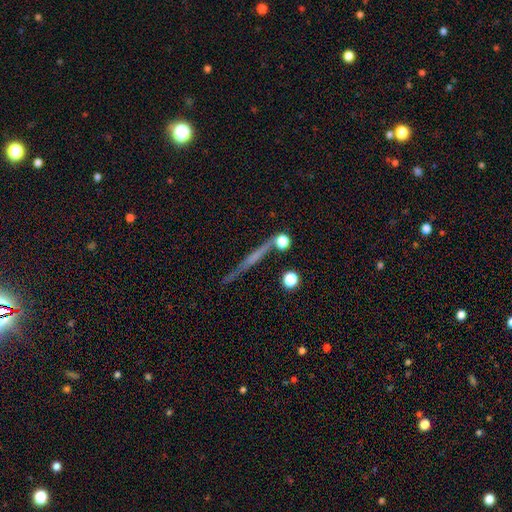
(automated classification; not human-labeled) Smooth or featured: featured or disk — 55% (smooth — 32%)
Edge-on disk: yes — 94% (no — 6%)
Edge-on bulge: none — 72% (rounded — 19%)
Merging: none — 80% (minor disturbance — 10%)